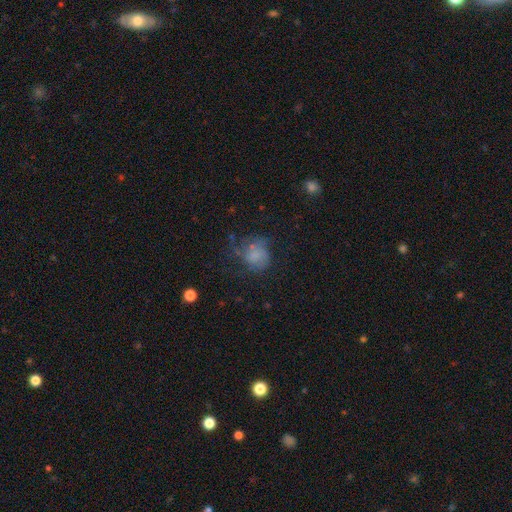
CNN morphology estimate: Smooth or featured? smooth (56%)
How rounded? round (66%)
Merging? none (42%)